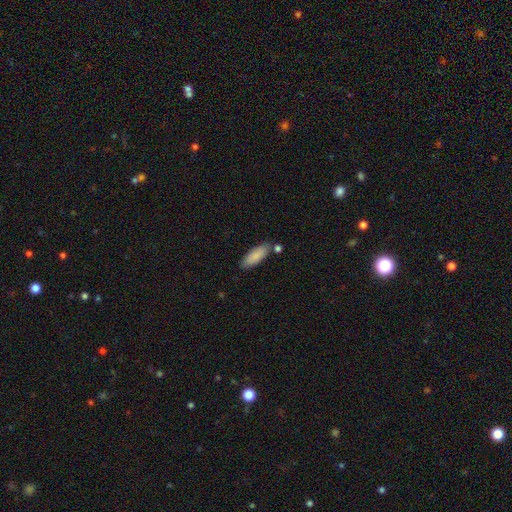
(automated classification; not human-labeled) Smooth or featured?
  - smooth: 86% *
  - featured or disk: 8%
  - star or artifact: 6%
How rounded?
  - in between: 63% *
  - cigar-shaped: 35%
  - round: 2%
Merging?
  - none: 76% *
  - minor disturbance: 14%
  - merger: 8%
  - major disturbance: 3%